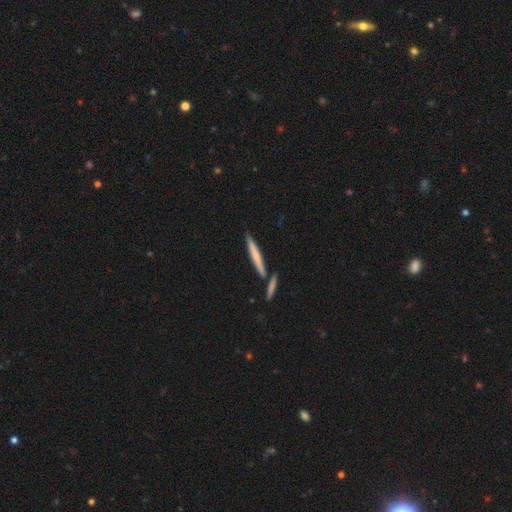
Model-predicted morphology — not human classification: smooth_or_featured: smooth (p=0.62) [alt: featured or disk p=0.32]
how_rounded: cigar-shaped (p=0.95) [alt: in between p=0.04]
merging: none (p=0.78) [alt: merger p=0.11]